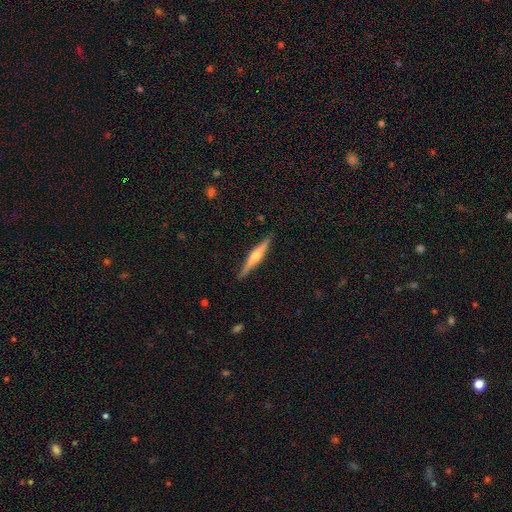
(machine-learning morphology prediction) A featured or disk galaxy (62%) viewed edge-on (97%) with a rounded central bulge (87%).

Vote fractions:
- Smooth or featured? featured or disk: 62% / smooth: 32% / star or artifact: 5%
- Edge-on disk? yes: 97% / no: 3%
- Edge-on bulge? rounded: 87% / none: 7% / boxy: 6%
- Merging? none: 90% / minor disturbance: 8% / major disturbance: 1% / merger: 1%